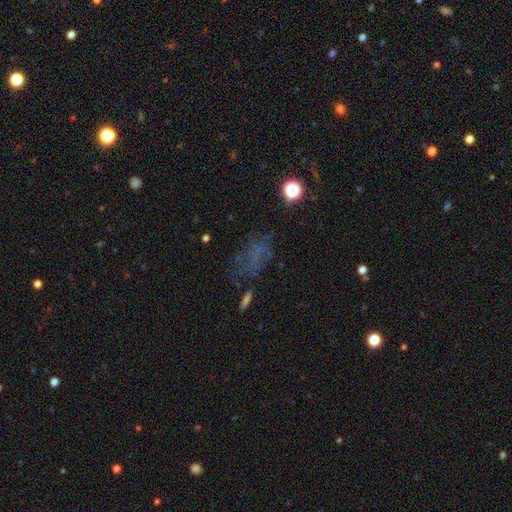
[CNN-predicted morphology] Smooth or featured?
  - smooth: 39% *
  - star or artifact: 33%
  - featured or disk: 28%
Merging?
  - none: 47% *
  - major disturbance: 27%
  - minor disturbance: 20%
  - merger: 5%